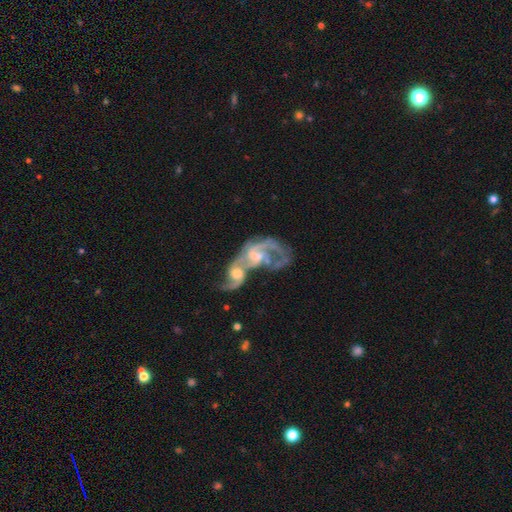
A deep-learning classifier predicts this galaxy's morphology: type=featured or disk (82%); edge-on=no (97%); bar=no (51%); spiral arms=yes (88%); winding=medium (41%); arm count=2 (62%); bulge=moderate (45%); merging=merger (77%).